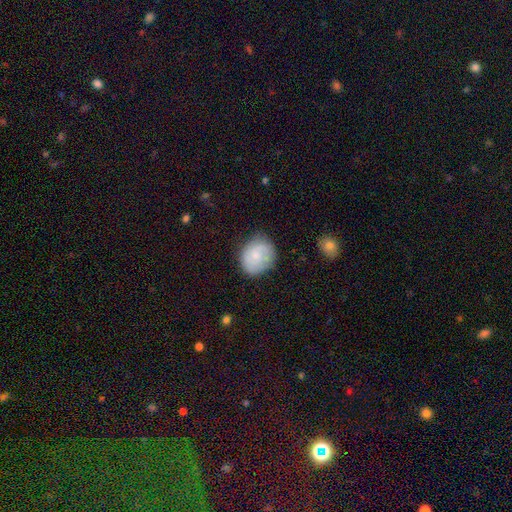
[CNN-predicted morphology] type=smooth (64%); roundness=round (65%); merging=none (70%).